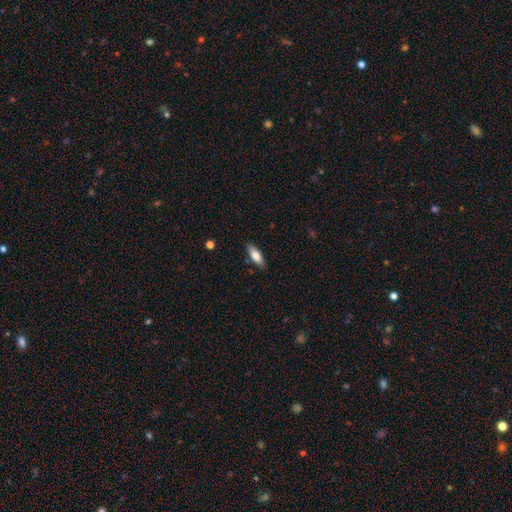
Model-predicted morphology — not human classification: Smooth or featured?
  - smooth: 75% *
  - featured or disk: 19%
  - star or artifact: 6%
How rounded?
  - in between: 64% *
  - cigar-shaped: 34%
  - round: 2%
Merging?
  - none: 86% *
  - minor disturbance: 11%
  - major disturbance: 2%
  - merger: 2%